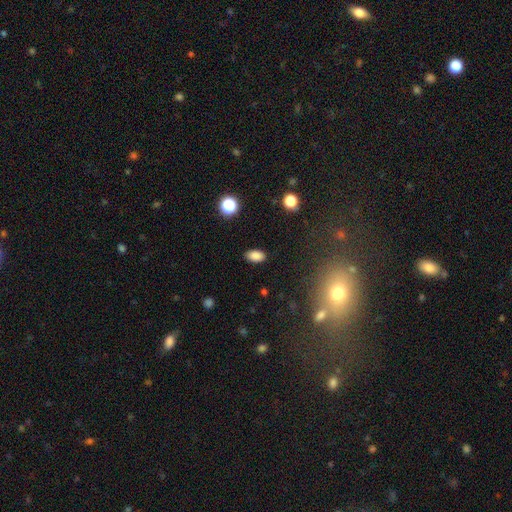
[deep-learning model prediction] This appears to be a smooth galaxy with no disk features (85%) that is in between round and cigar-shaped (92%). Merging: none (87%).